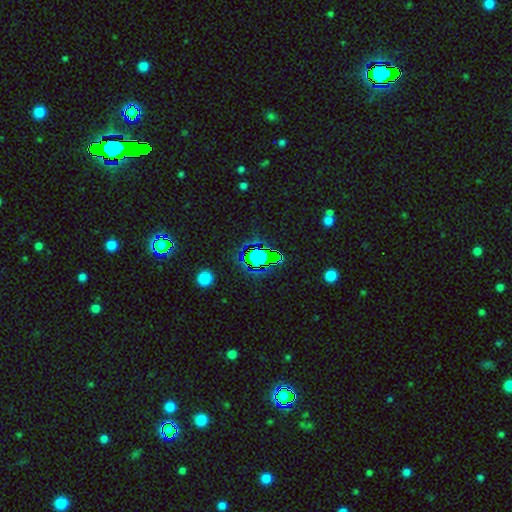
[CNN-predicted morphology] This is likely a star or artifact rather than a galaxy (64%).